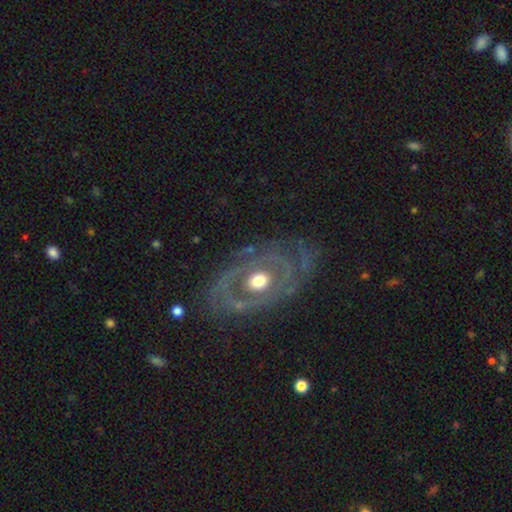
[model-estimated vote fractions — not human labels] Smooth or featured: featured or disk — 82% (smooth — 11%)
Edge-on disk: no — 93% (yes — 7%)
Bar: no — 75% (weak — 18%)
Spiral arms: yes — 68% (no — 32%)
Spiral winding: tight — 60% (medium — 29%)
Spiral arm count: 2 — 42% (can't tell — 35%)
Bulge size: moderate — 72% (small — 18%)
Merging: none — 79% (minor disturbance — 14%)